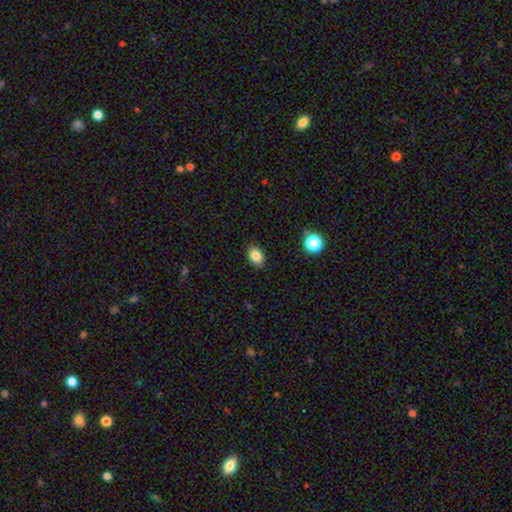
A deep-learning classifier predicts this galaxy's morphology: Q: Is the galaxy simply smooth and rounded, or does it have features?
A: smooth — 84%.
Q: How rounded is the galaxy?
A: in between — 70%.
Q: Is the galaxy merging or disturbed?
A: none — 87%.